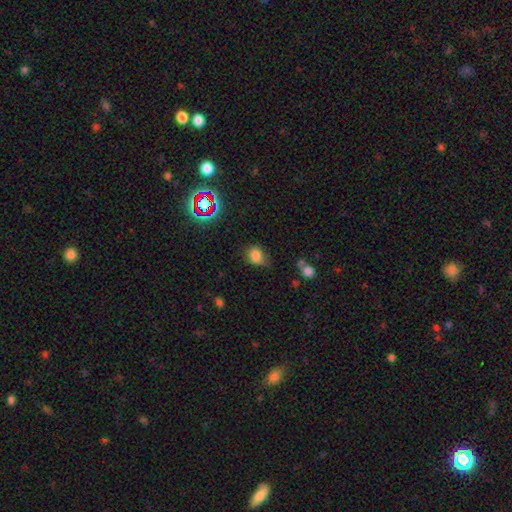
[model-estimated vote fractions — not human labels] A smooth galaxy with no disk features (79%) that is in between round and cigar-shaped (59%). Merging: none (57%).